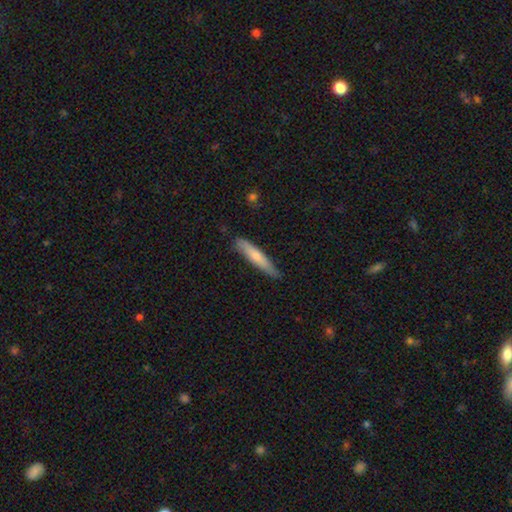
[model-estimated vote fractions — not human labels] Smooth or featured?
  - smooth: 62% *
  - featured or disk: 32%
  - star or artifact: 5%
How rounded?
  - cigar-shaped: 90% *
  - in between: 9%
  - round: 1%
Merging?
  - none: 80% *
  - minor disturbance: 16%
  - major disturbance: 2%
  - merger: 1%